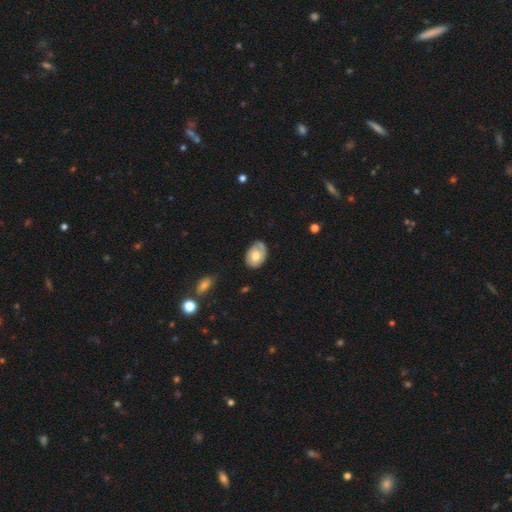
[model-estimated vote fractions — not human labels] The model was most divided on "smooth or featured": smooth: 61%, featured or disk: 32%, star or artifact: 7%. More confident: how rounded — in between (82%); merging — none (64%).